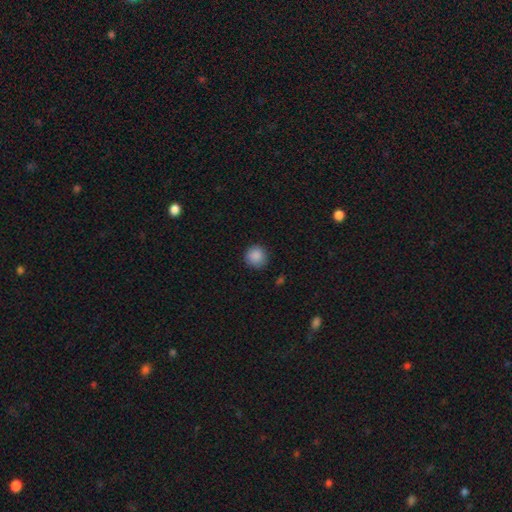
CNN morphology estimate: A smooth galaxy with no disk features (88%) that is round (94%). Merging: none (89%).